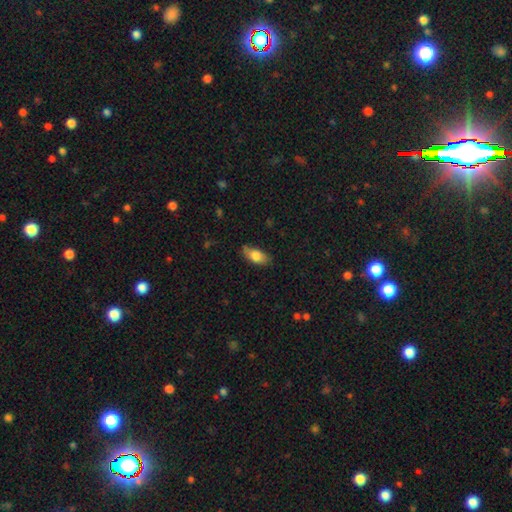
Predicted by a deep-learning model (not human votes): Smooth or featured? Predicted: smooth (p=0.78). How rounded? Predicted: in between (p=0.87). Merging? Predicted: none (p=0.76).